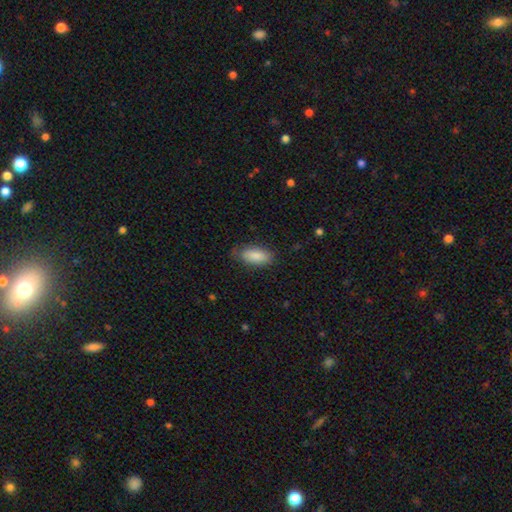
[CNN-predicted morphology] This appears to be a smooth galaxy with no disk features (87%) that is in between round and cigar-shaped (87%). Merging: none (73%).